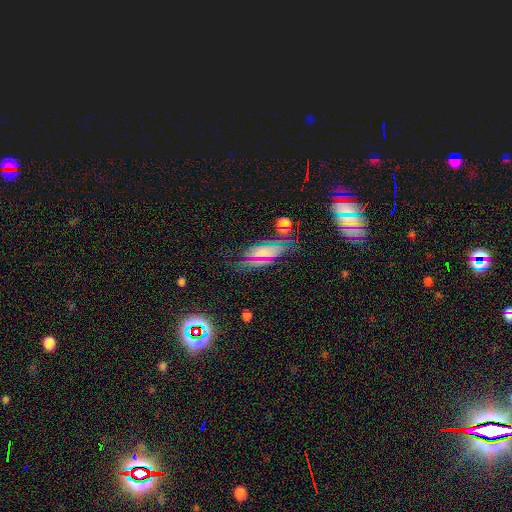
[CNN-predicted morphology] This appears to be a smooth galaxy with no disk features (42%). Merging: none (66%).